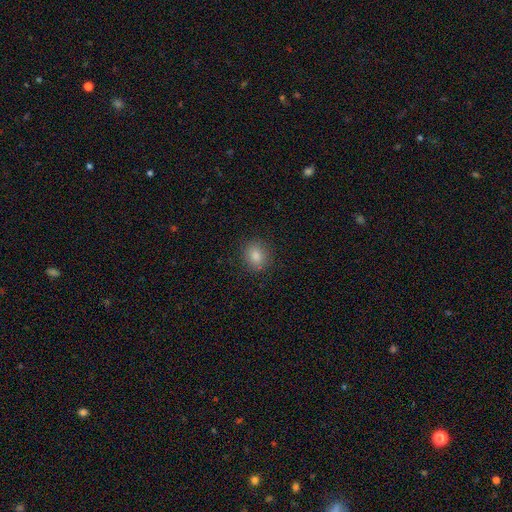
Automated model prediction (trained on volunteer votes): Smooth or featured? smooth (83%)
How rounded? round (72%)
Merging? none (90%)